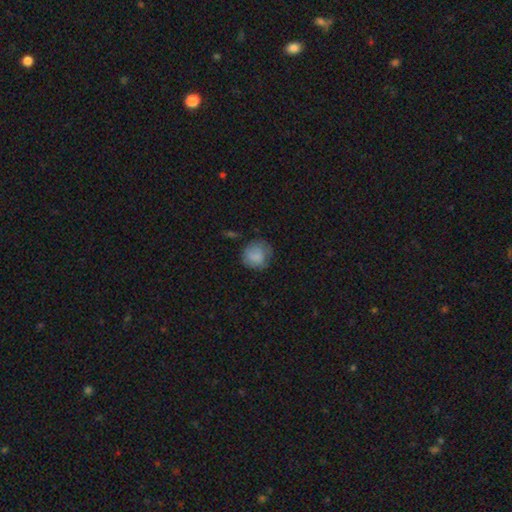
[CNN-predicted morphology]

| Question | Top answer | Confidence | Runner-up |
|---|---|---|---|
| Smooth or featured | smooth | 80% | featured or disk (12%) |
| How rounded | round | 83% | in between (17%) |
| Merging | none | 61% | minor disturbance (27%) |